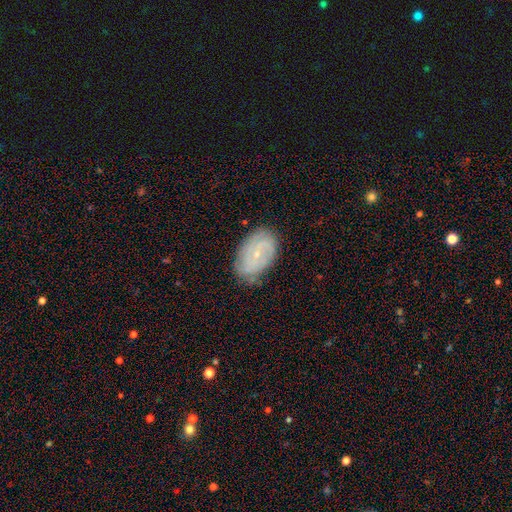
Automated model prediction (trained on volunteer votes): featured or disk 65%, smooth 28%, star or artifact 7%. Down the decision tree: edge-on disk — no (96%); bar — no (61%); spiral arms — yes (85%); spiral arm count — 2 (41%); spiral winding — tight (54%); bulge size — small (81%); merging — none (74%).